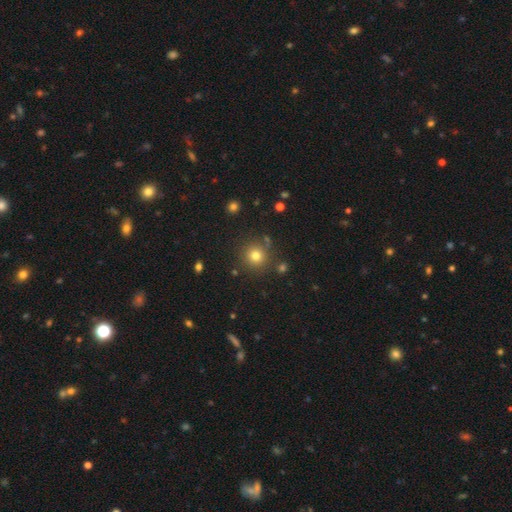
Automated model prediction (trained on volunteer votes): Smooth or featured? Predicted: smooth (p=0.76). How rounded? Predicted: round (p=0.94). Merging? Predicted: none (p=0.84).